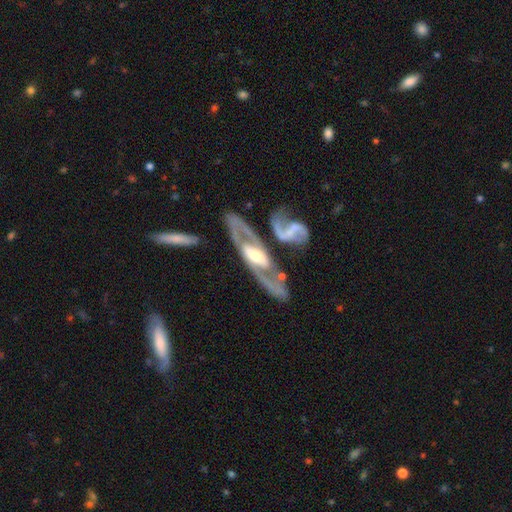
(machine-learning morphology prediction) Overall: featured or disk (88%). Edge-on disk: no (85%). Bar: strong (43%; weak 30%). Spiral arms: yes (88%). Spiral arm count: 2 (89%). Spiral winding: medium (52%; loose 24%). Bulge size: moderate (58%; small 31%). Merging: none (66%).